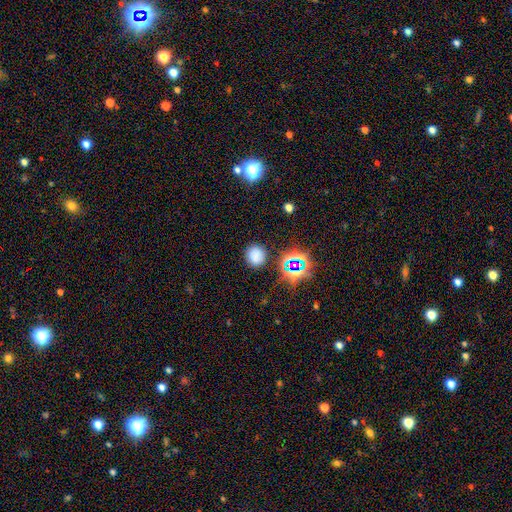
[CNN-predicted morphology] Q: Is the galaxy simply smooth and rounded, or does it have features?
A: smooth — 71%.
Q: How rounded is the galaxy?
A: round — 83%.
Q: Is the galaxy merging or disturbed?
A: none — 85%.